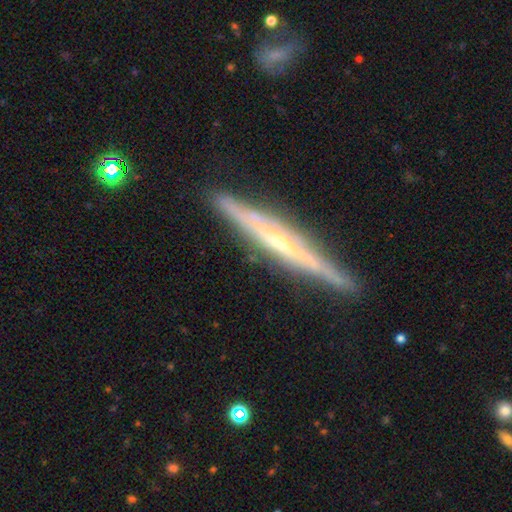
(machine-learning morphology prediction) Overall: featured or disk (80%). Edge-on disk: yes (96%). Edge-on bulge: rounded (48%; none 38%). Merging: none (86%).